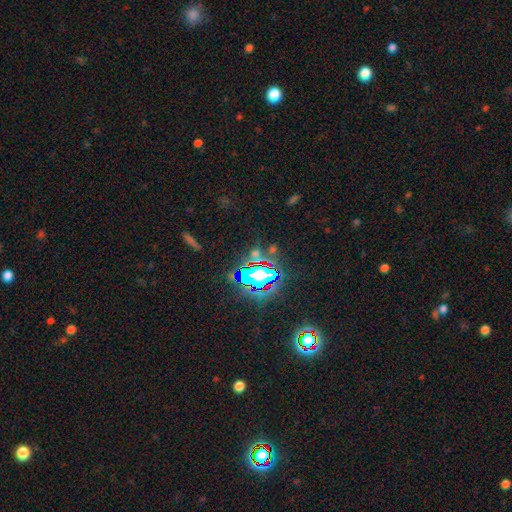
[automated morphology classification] This is likely a star or artifact rather than a galaxy (71%).